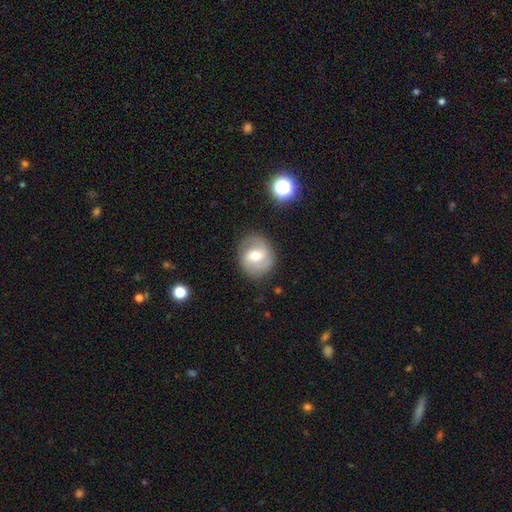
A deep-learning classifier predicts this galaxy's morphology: Smooth or featured?
  - featured or disk: 65% *
  - smooth: 28%
  - star or artifact: 8%
Edge-on disk?
  - no: 97% *
  - yes: 3%
Bar?
  - weak: 51% *
  - no: 32%
  - strong: 17%
Spiral arms?
  - yes: 88% *
  - no: 12%
Spiral winding?
  - medium: 46% *
  - tight: 32%
  - loose: 22%
Spiral arm count?
  - 2: 66% *
  - can't tell: 14%
  - 3: 12%
  - 1: 4%
  - 4: 2%
  - more than 4: 2%
Bulge size?
  - moderate: 66% *
  - small: 27%
  - large: 5%
  - none: 1%
  - dominant: 1%
Merging?
  - none: 80% *
  - minor disturbance: 13%
  - major disturbance: 5%
  - merger: 2%